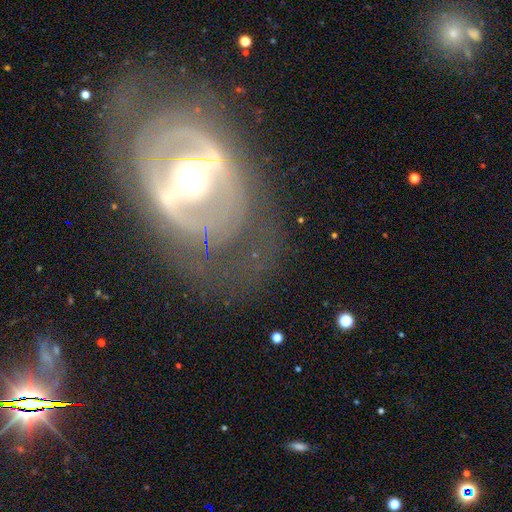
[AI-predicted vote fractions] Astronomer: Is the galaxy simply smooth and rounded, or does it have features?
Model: featured or disk — 81%.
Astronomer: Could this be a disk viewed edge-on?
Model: no — 91%.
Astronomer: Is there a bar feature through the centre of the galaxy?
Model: strong — 52%.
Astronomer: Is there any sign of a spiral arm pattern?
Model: no — 52% (runner-up: yes, 48%).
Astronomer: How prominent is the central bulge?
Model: moderate — 63%.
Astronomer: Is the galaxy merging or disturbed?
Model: none — 69%.